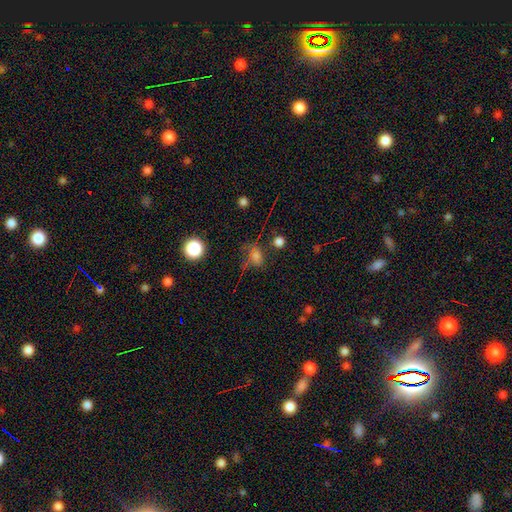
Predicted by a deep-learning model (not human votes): A smooth galaxy with no disk features (63%) that is in between round and cigar-shaped (62%). Merging: none (43%).